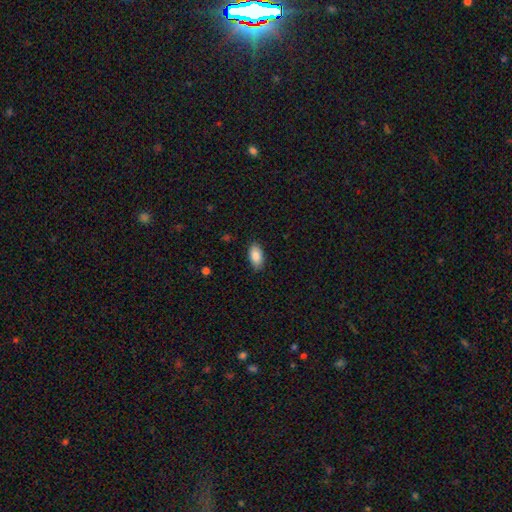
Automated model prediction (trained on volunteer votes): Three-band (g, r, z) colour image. It shows a smooth galaxy with no disk features (88%) that is in between round and cigar-shaped (93%). Merging: none (86%).